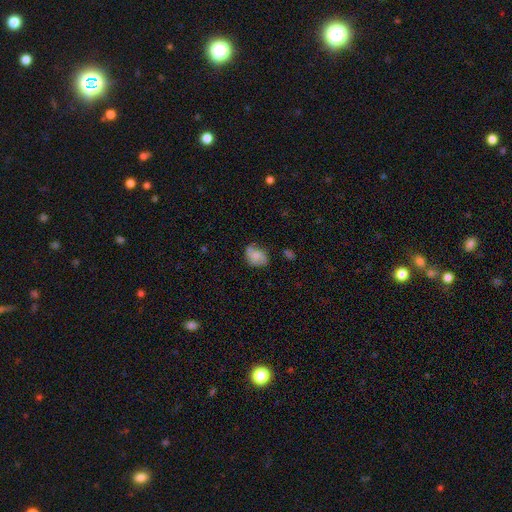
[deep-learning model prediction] smooth-or-featured: smooth: 64% | featured or disk: 27% | star or artifact: 9%
  how-rounded: in between: 73% | round: 26% | cigar-shaped: 1%
  merging: none: 53% | minor disturbance: 33% | major disturbance: 11% | merger: 3%